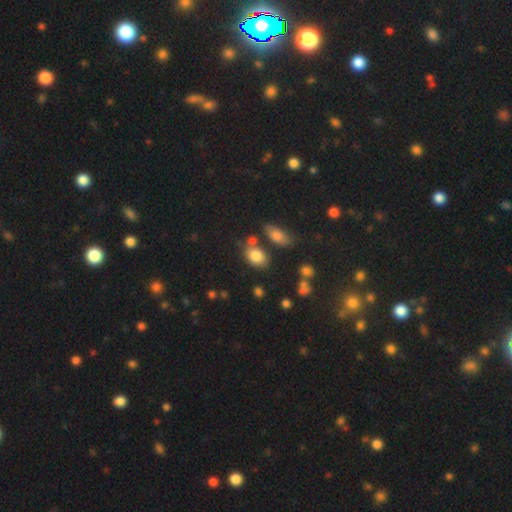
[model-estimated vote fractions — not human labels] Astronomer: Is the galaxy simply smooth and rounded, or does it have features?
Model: smooth — 81%.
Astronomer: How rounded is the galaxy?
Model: in between — 78%.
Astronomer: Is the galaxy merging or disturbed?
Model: none — 61%.